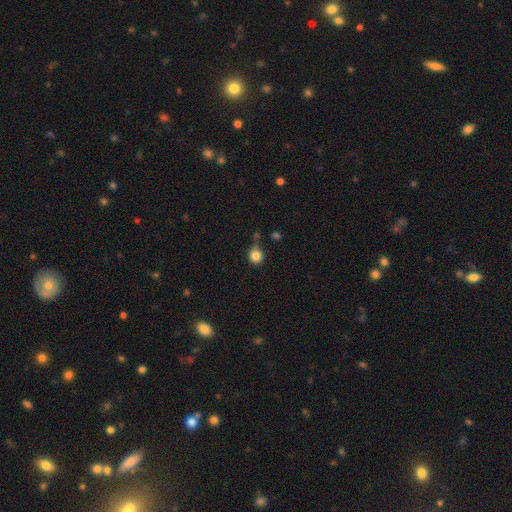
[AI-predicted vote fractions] Q: Smooth or featured?
A: smooth (84%); runner-up: star or artifact (11%)
Q: How rounded?
A: round (90%); runner-up: in between (9%)
Q: Merging?
A: none (61%); runner-up: minor disturbance (22%)